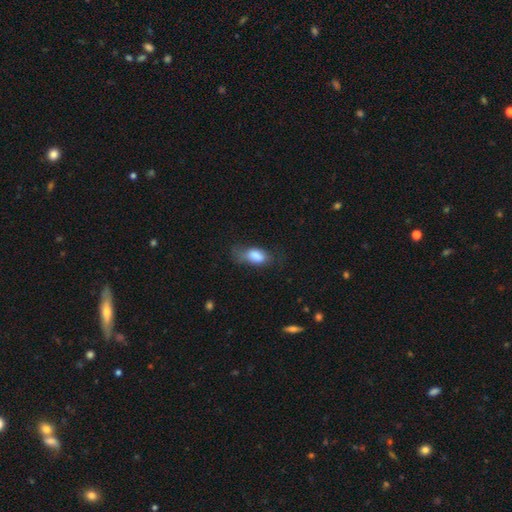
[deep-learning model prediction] smooth 81%, featured or disk 12%, star or artifact 8%. Down the decision tree: how rounded — in between (88%); merging — none (44%).